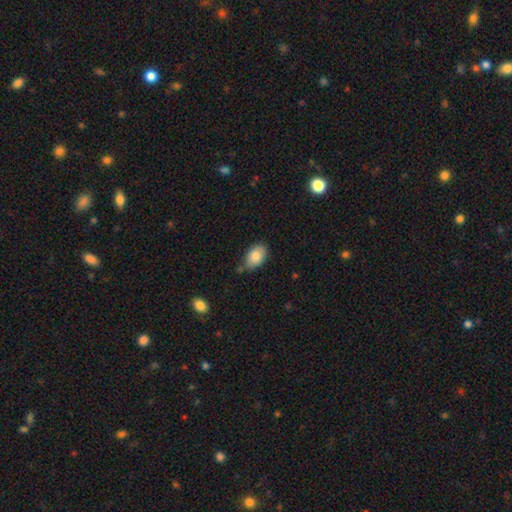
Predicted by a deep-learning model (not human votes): Smooth or featured? smooth (82%)
How rounded? in between (88%)
Merging? none (68%)